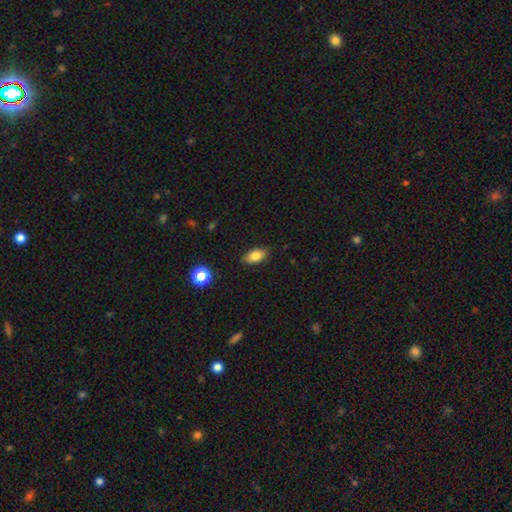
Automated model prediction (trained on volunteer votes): Overall: smooth (81%). How rounded: in between (88%). Merging: none (86%).